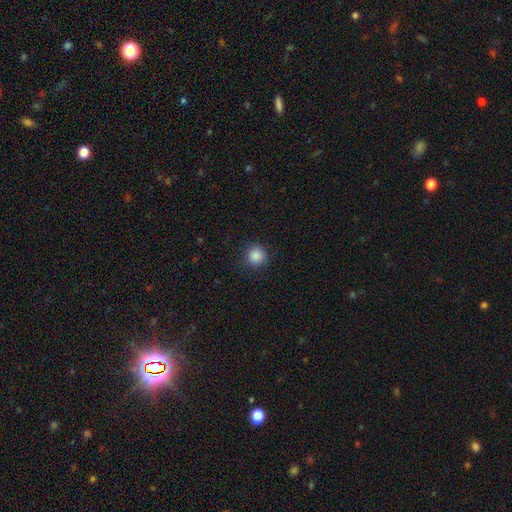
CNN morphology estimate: This is clearly a smooth galaxy (87%). How rounded: clearly round (94%). Merging: clearly none (89%).